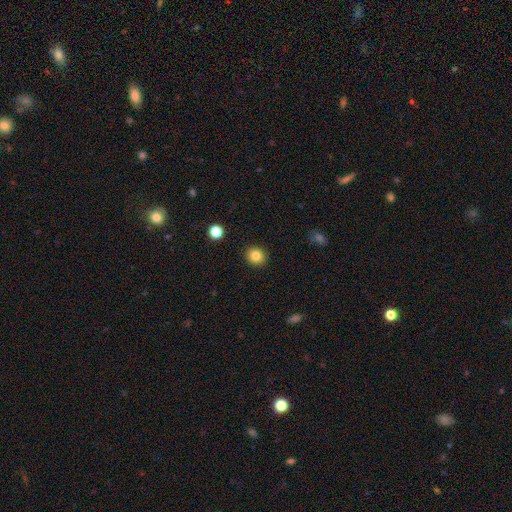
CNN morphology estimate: Smooth or featured?
  - smooth: 84% *
  - star or artifact: 10%
  - featured or disk: 6%
How rounded?
  - round: 84% *
  - in between: 15%
  - cigar-shaped: 1%
Merging?
  - none: 92% *
  - minor disturbance: 6%
  - major disturbance: 2%
  - merger: 1%